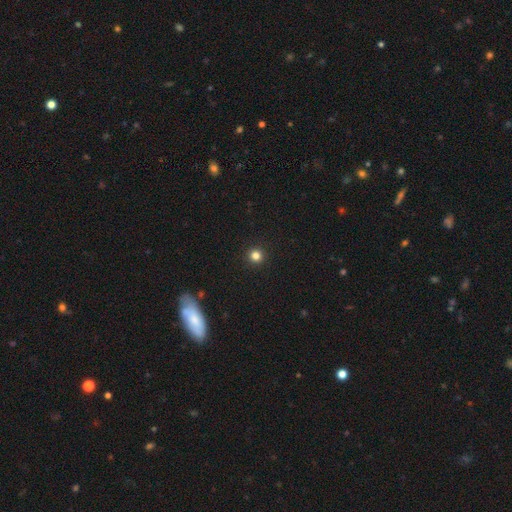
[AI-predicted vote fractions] smooth-or-featured: smooth: 82% | star or artifact: 14% | featured or disk: 5%
  how-rounded: round: 94% | in between: 5% | cigar-shaped: 1%
  merging: none: 93% | minor disturbance: 4% | major disturbance: 2% | merger: 1%